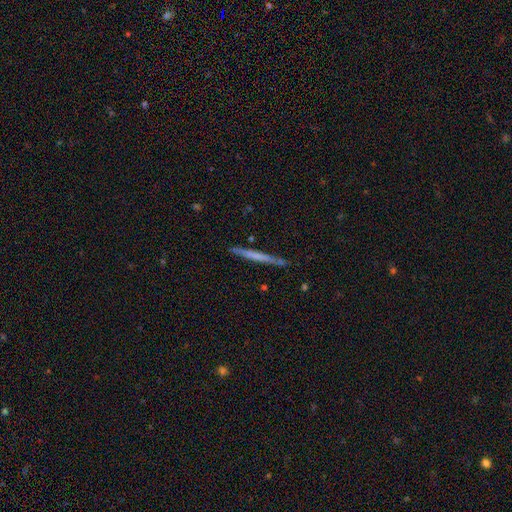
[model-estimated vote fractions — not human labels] smooth_or_featured: smooth (p=0.48) [alt: featured or disk p=0.47]
merging: none (p=0.86) [alt: minor disturbance p=0.10]